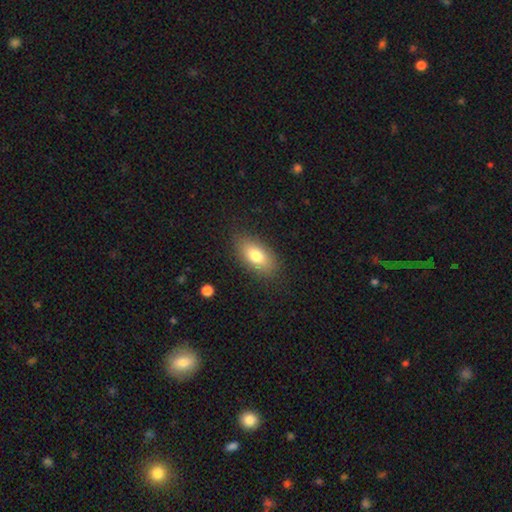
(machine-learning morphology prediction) type=smooth (77%); roundness=in between (89%); merging=none (85%).